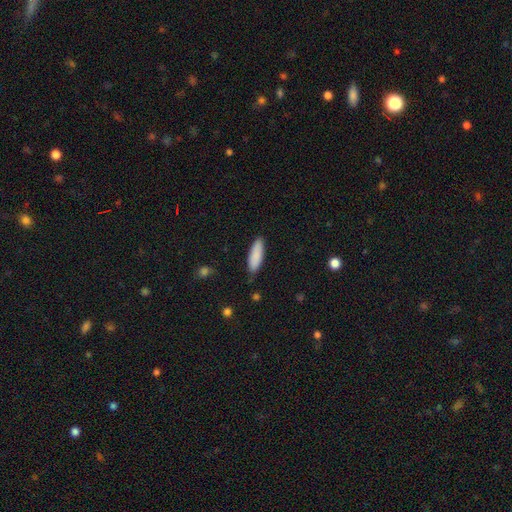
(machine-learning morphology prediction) smooth 88%, featured or disk 7%, star or artifact 6%. Down the decision tree: how rounded — in between (52%); merging — none (84%).